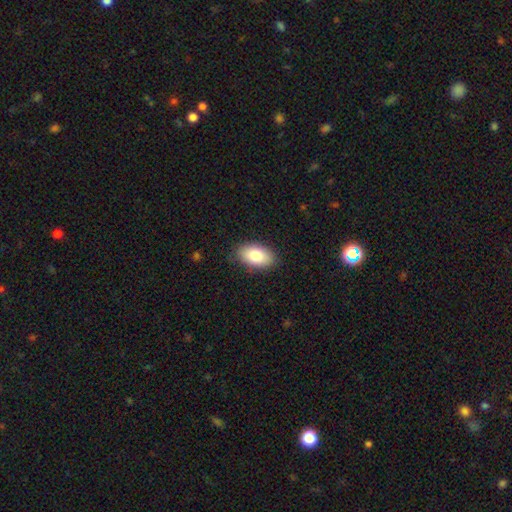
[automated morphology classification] Overall: smooth (83%). How rounded: in between (93%). Merging: none (86%).